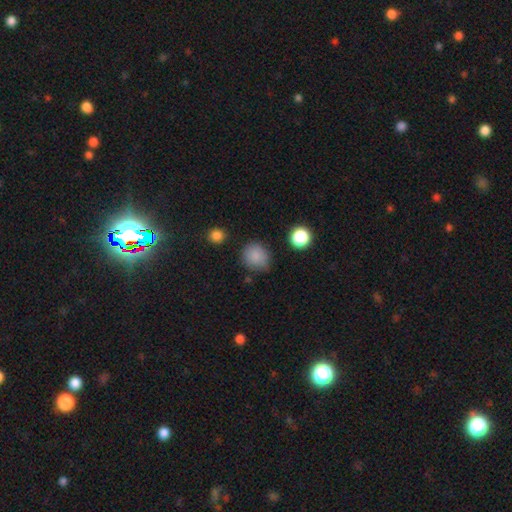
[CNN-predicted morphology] The model was most divided on "merging": none: 75%, minor disturbance: 18%, major disturbance: 4%, merger: 3%. More confident: smooth or featured — smooth (85%); how rounded — round (83%).